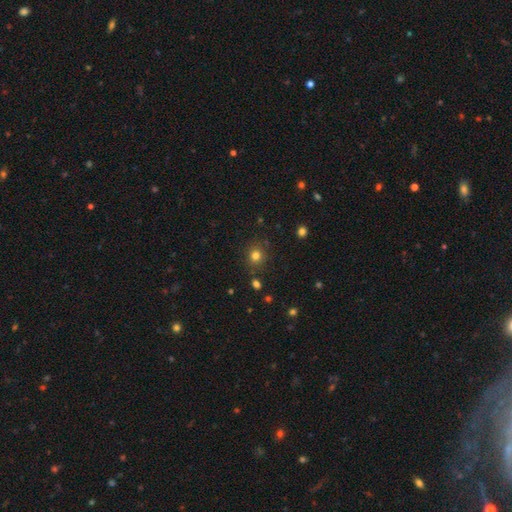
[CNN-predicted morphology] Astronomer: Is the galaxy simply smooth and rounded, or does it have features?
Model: smooth — 78%.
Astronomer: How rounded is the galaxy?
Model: round — 86%.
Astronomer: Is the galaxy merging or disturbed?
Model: none — 84%.